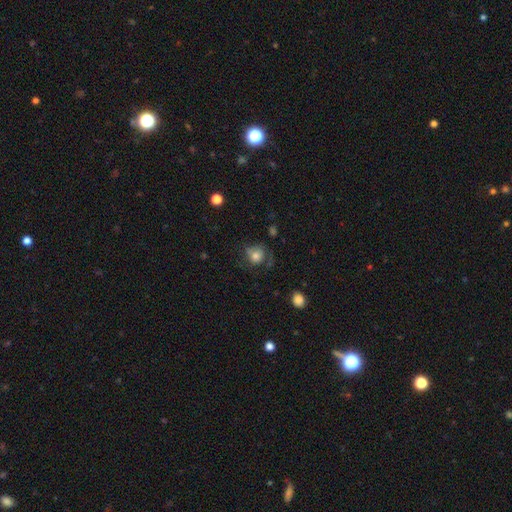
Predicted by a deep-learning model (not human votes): smooth_or_featured: smooth (p=0.68) [alt: featured or disk p=0.21]
how_rounded: round (p=0.76) [alt: in between p=0.23]
merging: none (p=0.47) [alt: minor disturbance p=0.25]